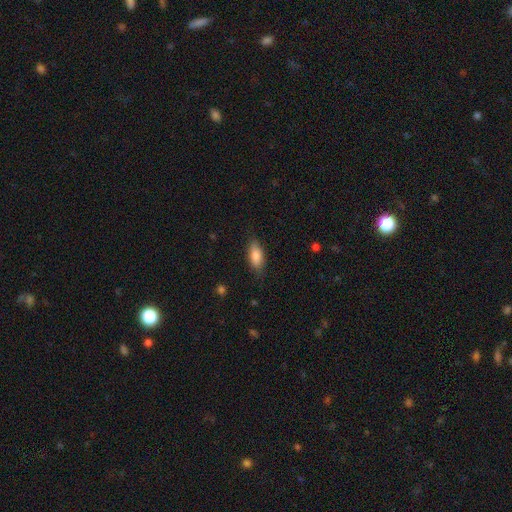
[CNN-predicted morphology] A smooth galaxy with no disk features (82%) that is in between round and cigar-shaped (79%). Merging: none (82%).